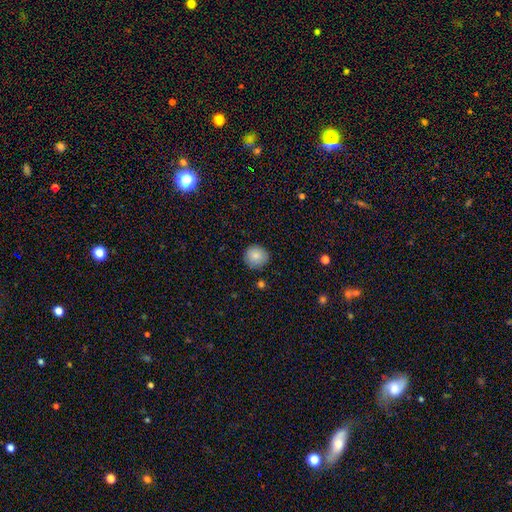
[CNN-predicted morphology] This is clearly a smooth galaxy (86%). How rounded: clearly round (93%). Merging: clearly none (89%).